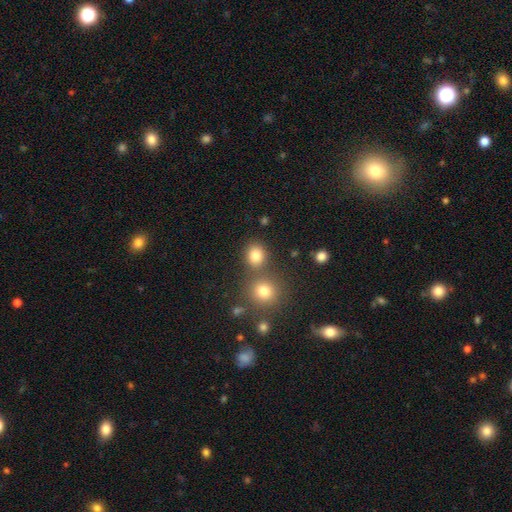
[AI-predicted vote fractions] Q: Smooth or featured?
A: smooth (79%); runner-up: star or artifact (14%)
Q: How rounded?
A: round (78%); runner-up: in between (21%)
Q: Merging?
A: none (73%); runner-up: merger (16%)